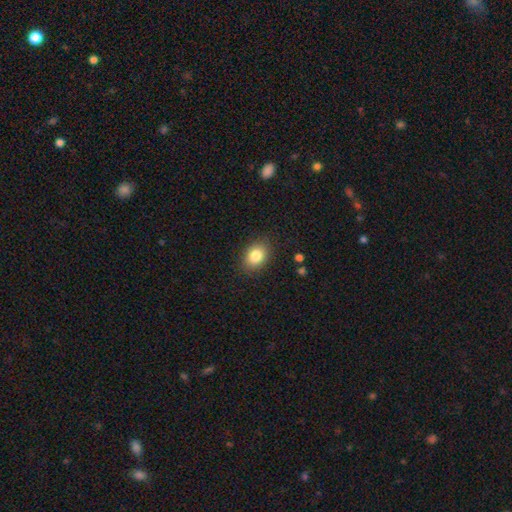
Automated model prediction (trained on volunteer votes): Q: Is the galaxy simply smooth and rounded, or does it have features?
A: smooth — 84%.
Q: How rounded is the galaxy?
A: in between — 68%.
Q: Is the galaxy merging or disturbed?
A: none — 86%.